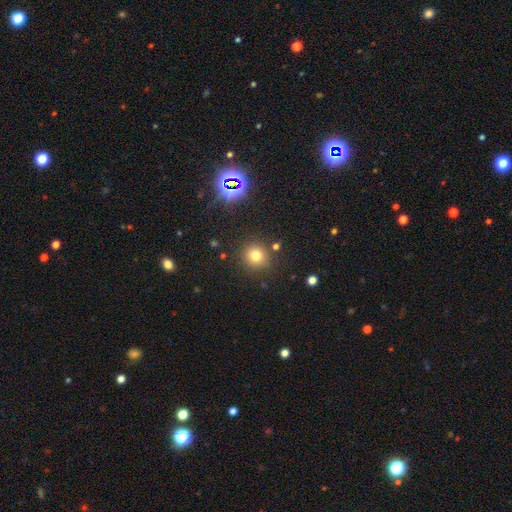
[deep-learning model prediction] Morphology: type=smooth (74%); roundness=round (92%); merging=none (85%).